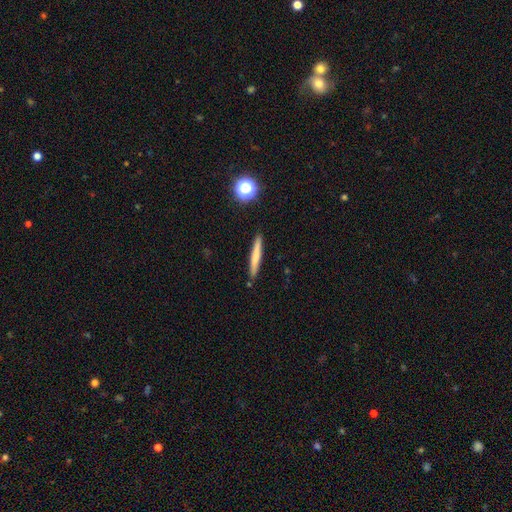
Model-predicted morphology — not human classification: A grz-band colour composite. It shows a smooth galaxy with no disk features (67%) that is cigar-shaped (95%). Merging: none (89%).